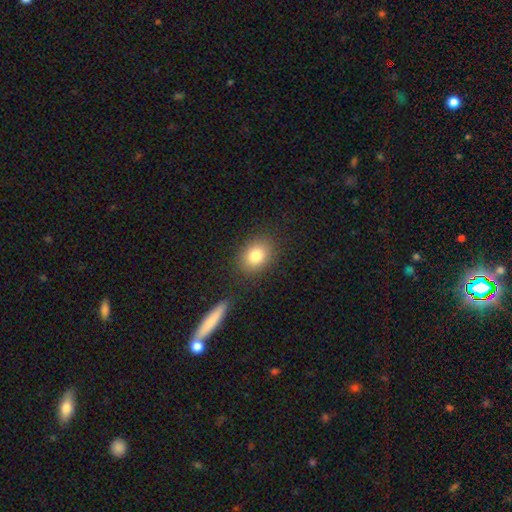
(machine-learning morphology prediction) This appears to be a smooth galaxy with no disk features (81%) that is in between round and cigar-shaped (55%). Merging: none (84%).